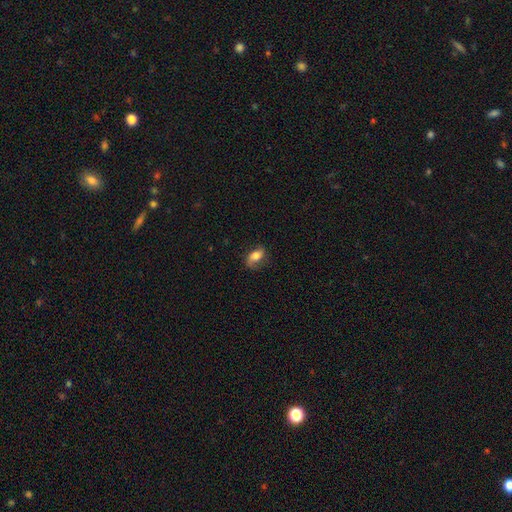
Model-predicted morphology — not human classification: A smooth galaxy with no disk features (61%) that is in between round and cigar-shaped (86%).

Vote fractions:
- Smooth or featured? smooth: 61% / featured or disk: 31% / star or artifact: 8%
- How rounded? in between: 86% / round: 10% / cigar-shaped: 4%
- Merging? none: 69% / minor disturbance: 22% / major disturbance: 7% / merger: 1%